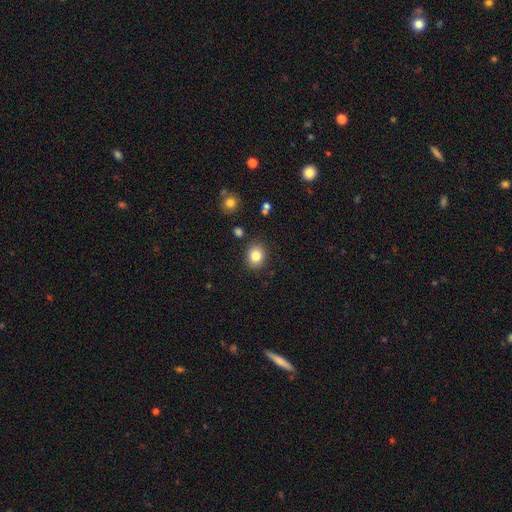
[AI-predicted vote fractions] Smooth or featured? smooth (82%)
How rounded? round (66%)
Merging? none (87%)